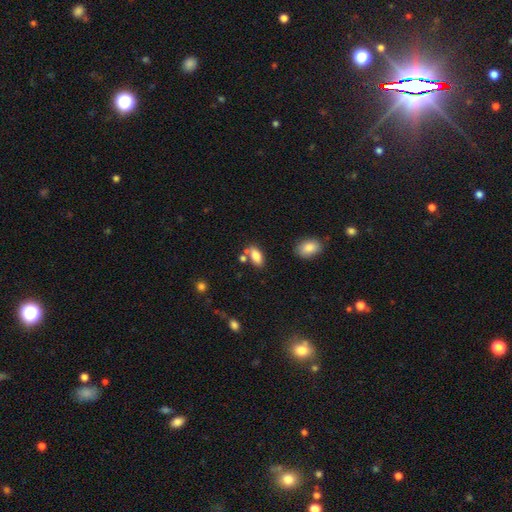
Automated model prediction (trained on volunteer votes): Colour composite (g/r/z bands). It shows a smooth galaxy with no disk features (83%) that is in between round and cigar-shaped (90%). Merging: none (64%).